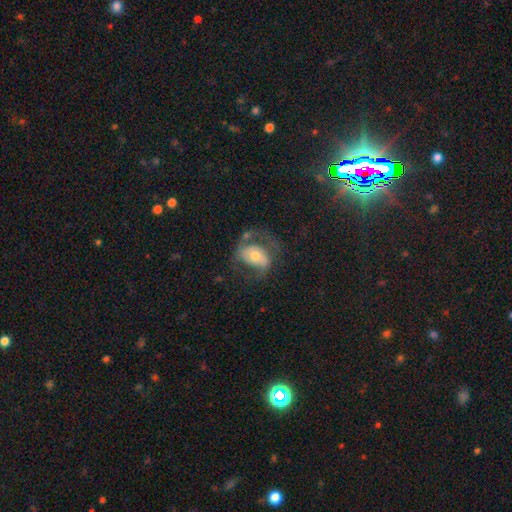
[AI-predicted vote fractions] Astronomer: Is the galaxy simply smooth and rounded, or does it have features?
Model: featured or disk — 54% (runner-up: smooth, 38%).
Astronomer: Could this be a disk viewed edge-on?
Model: no — 95%.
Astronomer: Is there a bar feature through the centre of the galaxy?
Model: no — 54%.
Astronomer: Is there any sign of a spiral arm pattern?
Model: yes — 61% (runner-up: no, 39%).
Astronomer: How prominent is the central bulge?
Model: moderate — 55% (runner-up: small, 31%).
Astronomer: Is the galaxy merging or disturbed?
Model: none — 41% (runner-up: major disturbance, 33%).